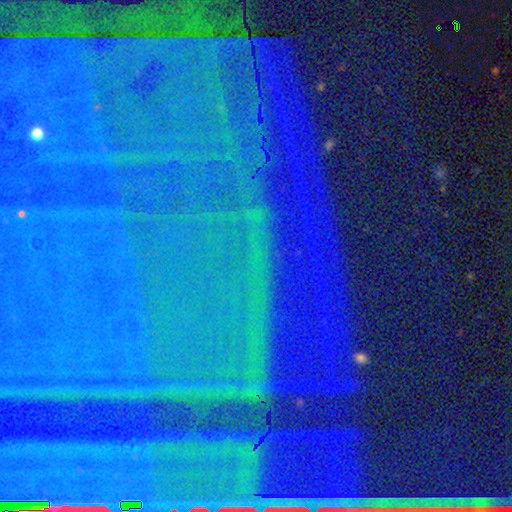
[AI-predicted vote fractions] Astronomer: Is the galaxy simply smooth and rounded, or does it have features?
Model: star or artifact — 87%.